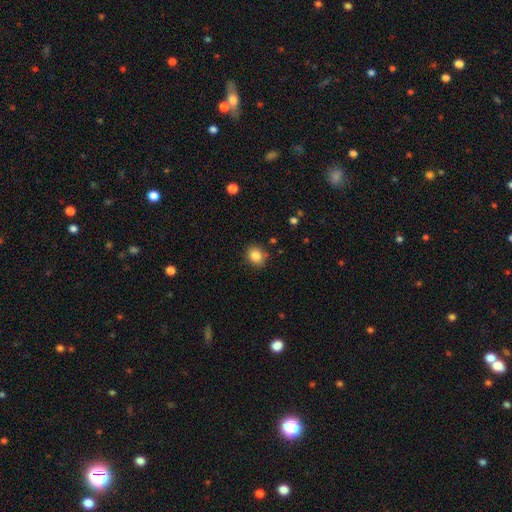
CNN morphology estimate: Overall: smooth (85%). How rounded: round (69%; in between 30%). Merging: none (84%).